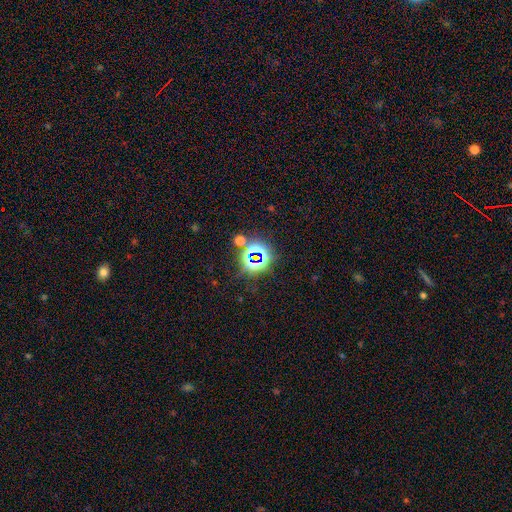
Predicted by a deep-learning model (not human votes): Overall: star or artifact (71%).